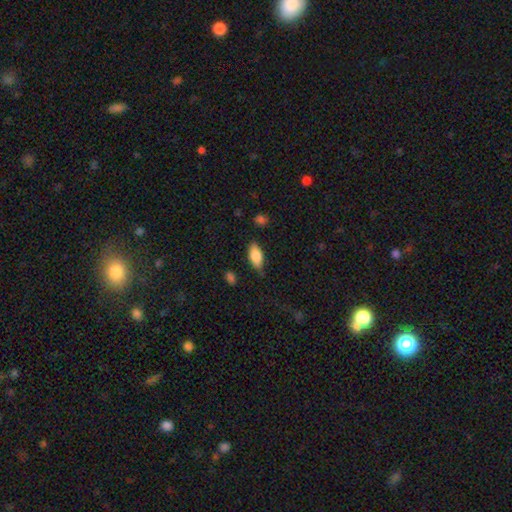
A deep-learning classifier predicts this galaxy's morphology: Overall: smooth (77%). How rounded: in between (86%). Merging: none (72%).